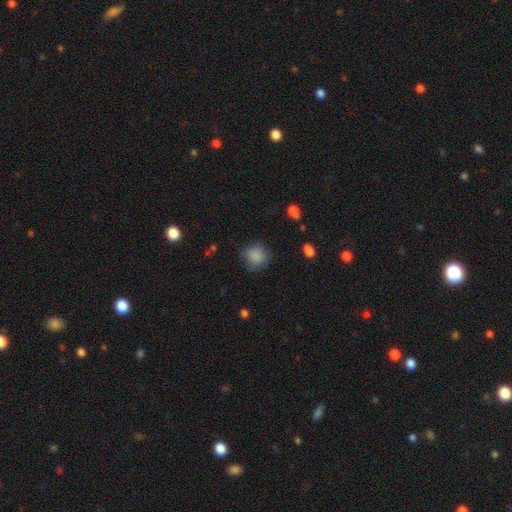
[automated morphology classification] smooth_or_featured: smooth (p=0.85) [alt: star or artifact p=0.10]
how_rounded: round (p=0.83) [alt: in between p=0.16]
merging: none (p=0.76) [alt: minor disturbance p=0.17]